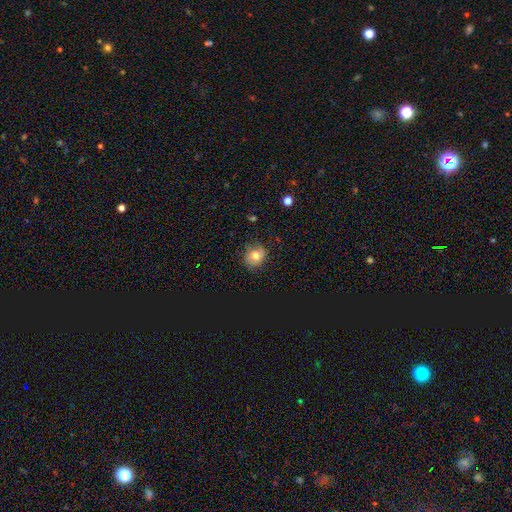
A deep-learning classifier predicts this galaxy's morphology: type=smooth (66%); roundness=round (73%); merging=none (75%).